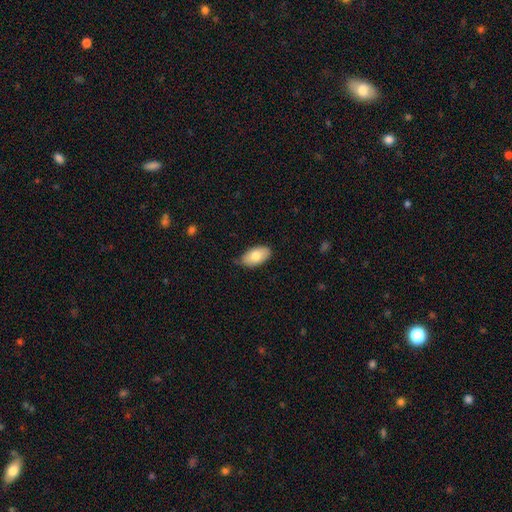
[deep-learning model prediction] Smooth or featured? Predicted: smooth (p=0.78). How rounded? Predicted: in between (p=0.94). Merging? Predicted: none (p=0.75).